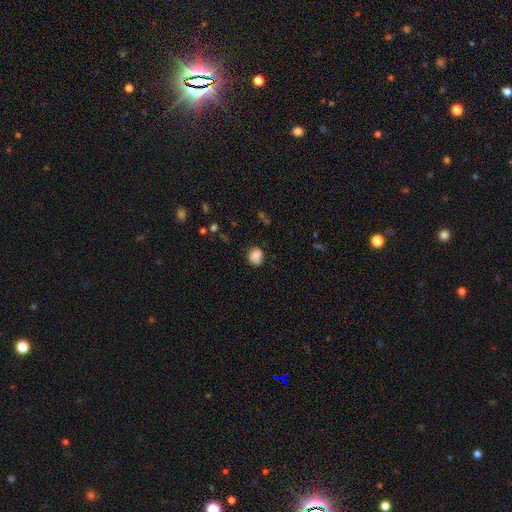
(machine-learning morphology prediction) A smooth galaxy with no disk features (84%) that is round (60%). Merging: none (76%).